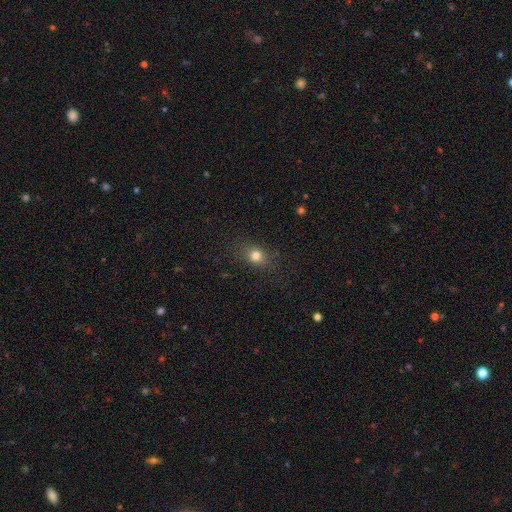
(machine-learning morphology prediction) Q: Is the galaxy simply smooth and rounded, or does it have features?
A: smooth — 77%.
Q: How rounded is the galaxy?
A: round — 50%.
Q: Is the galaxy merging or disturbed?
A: none — 83%.